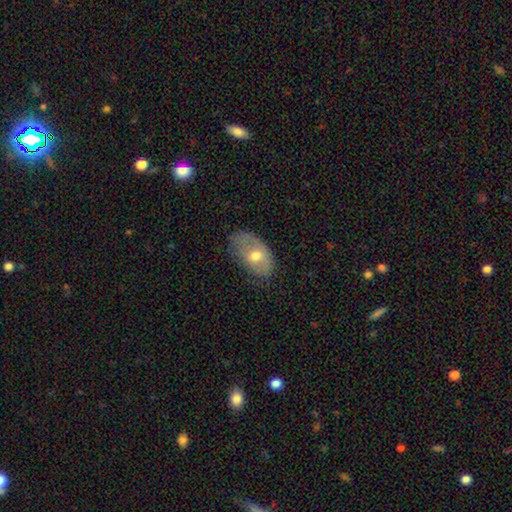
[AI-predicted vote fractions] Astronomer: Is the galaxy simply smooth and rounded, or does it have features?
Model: smooth — 57% (runner-up: featured or disk, 35%).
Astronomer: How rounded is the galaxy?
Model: in between — 90%.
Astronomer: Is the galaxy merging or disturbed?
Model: none — 57%.